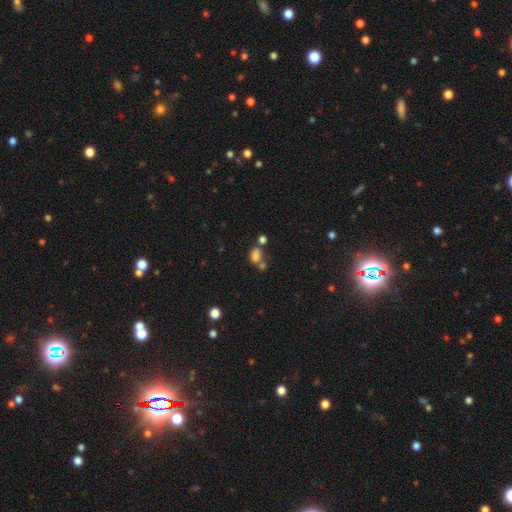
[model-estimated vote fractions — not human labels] Overall: smooth (75%). How rounded: in between (74%). Merging: none (40%; merger 39%).